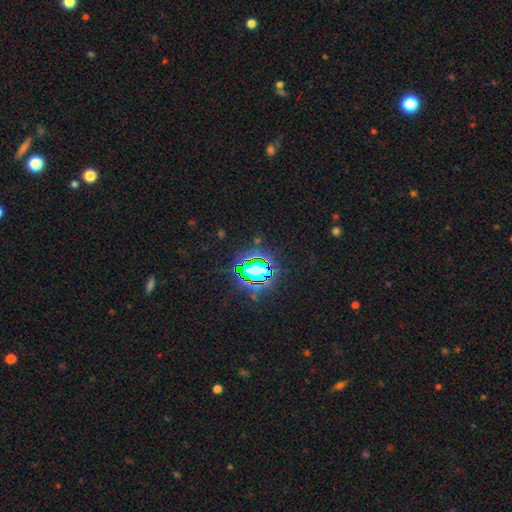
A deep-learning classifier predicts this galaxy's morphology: The model was most divided on "smooth or featured": star or artifact: 78%, smooth: 14%, featured or disk: 8%.